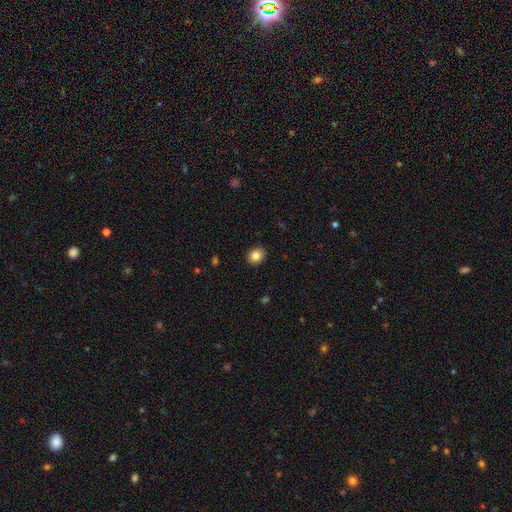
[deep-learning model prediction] Smooth or featured?
  - smooth: 83% *
  - star or artifact: 10%
  - featured or disk: 7%
How rounded?
  - round: 68% *
  - in between: 31%
  - cigar-shaped: 1%
Merging?
  - none: 90% *
  - minor disturbance: 7%
  - major disturbance: 2%
  - merger: 1%